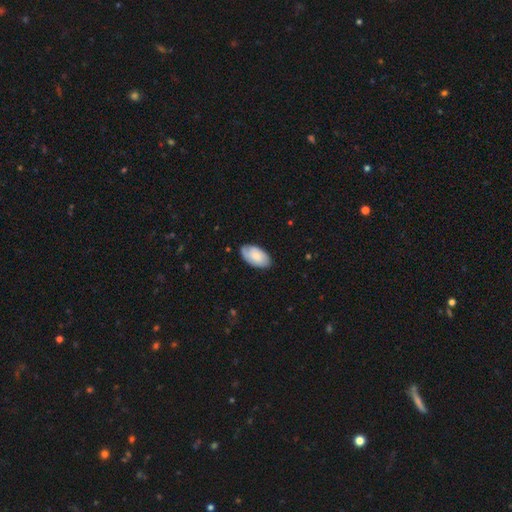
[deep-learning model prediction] Morphology: type=smooth (64%); roundness=in between (95%); merging=none (76%).